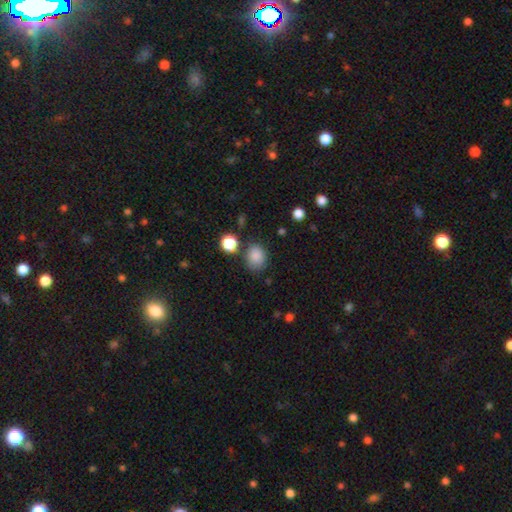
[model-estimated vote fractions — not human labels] This appears to be a smooth galaxy with no disk features (85%) that is round (53%). Merging: none (72%).